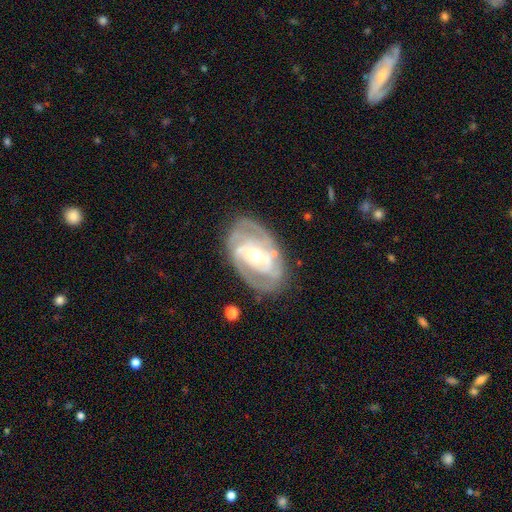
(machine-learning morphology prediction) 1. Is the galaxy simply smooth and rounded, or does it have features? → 85% featured or disk, 10% smooth, 5% star or artifact.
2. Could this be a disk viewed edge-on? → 96% no, 4% yes.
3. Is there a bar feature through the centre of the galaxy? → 37% weak, 34% no, 29% strong.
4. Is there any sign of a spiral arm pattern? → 91% yes, 9% no.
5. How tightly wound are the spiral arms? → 58% tight, 34% medium, 8% loose.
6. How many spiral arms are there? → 45% 2, 22% can't tell, 20% 3, 6% 4, 4% 1, 3% more than 4.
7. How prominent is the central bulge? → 59% moderate, 35% small, 4% large, 1% none, 1% dominant.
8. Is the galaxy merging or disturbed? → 76% none, 17% minor disturbance, 6% major disturbance, 2% merger.